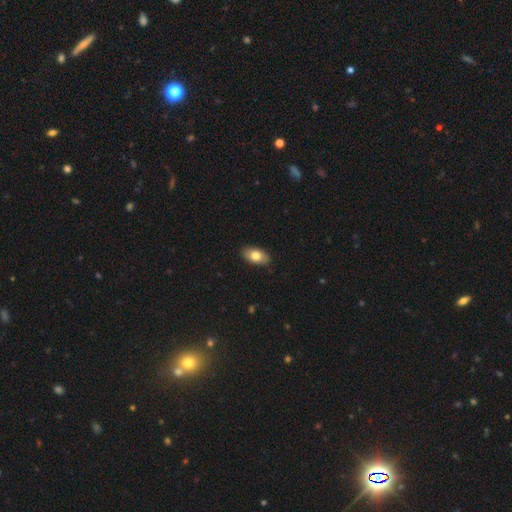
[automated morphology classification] Overall: smooth (78%). How rounded: in between (92%). Merging: none (87%).